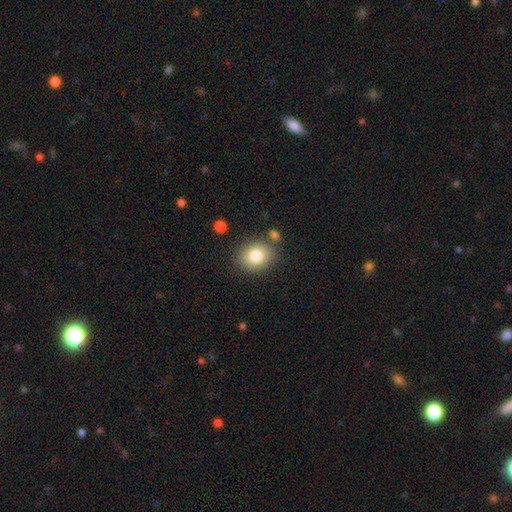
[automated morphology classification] This is clearly a smooth galaxy (82%). How rounded: possibly round (58%). Merging: likely none (79%).